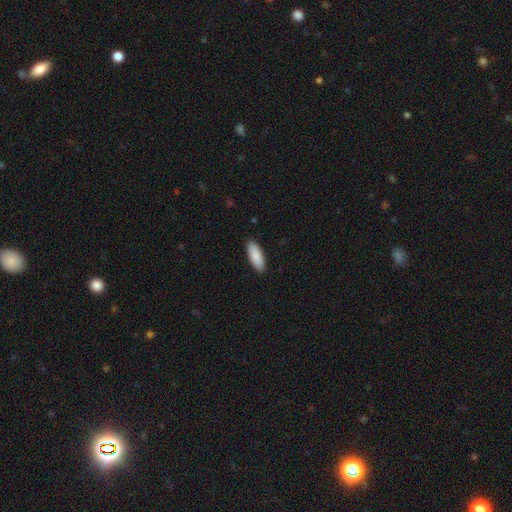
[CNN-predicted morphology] Smooth or featured? smooth (90%)
How rounded? in between (75%)
Merging? none (90%)